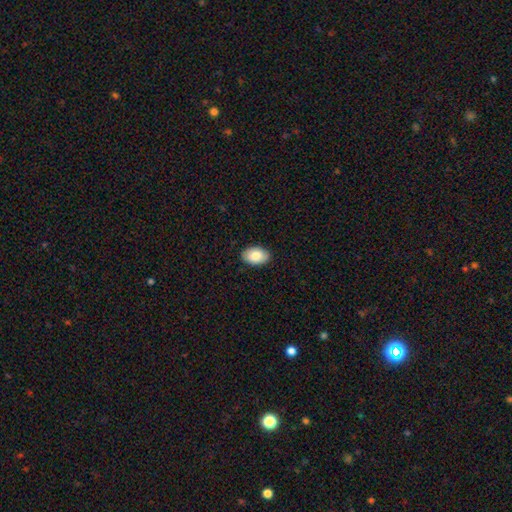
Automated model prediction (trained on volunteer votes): This is clearly a smooth galaxy (86%). How rounded: clearly in between (91%). Merging: clearly none (89%).